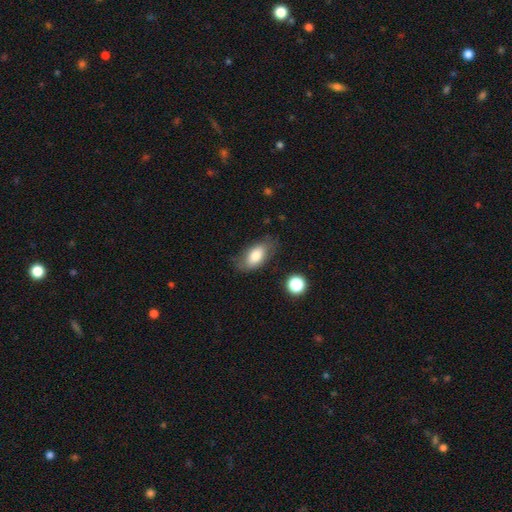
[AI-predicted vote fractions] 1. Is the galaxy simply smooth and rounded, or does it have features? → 77% smooth, 16% featured or disk, 7% star or artifact.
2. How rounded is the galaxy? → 90% in between, 5% round, 4% cigar-shaped.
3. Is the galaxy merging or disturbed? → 70% none, 20% minor disturbance, 7% major disturbance, 2% merger.